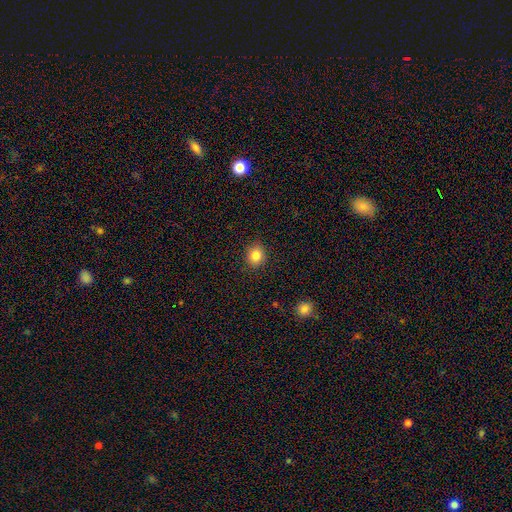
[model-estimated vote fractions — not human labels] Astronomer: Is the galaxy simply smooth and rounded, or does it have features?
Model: smooth — 84%.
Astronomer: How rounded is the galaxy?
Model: round — 69%.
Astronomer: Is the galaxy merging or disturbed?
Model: none — 89%.